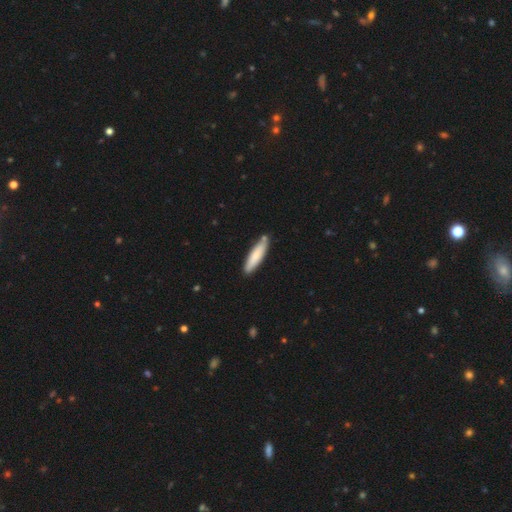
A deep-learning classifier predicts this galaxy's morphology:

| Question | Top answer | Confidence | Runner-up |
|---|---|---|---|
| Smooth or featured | smooth | 78% | featured or disk (17%) |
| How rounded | cigar-shaped | 78% | in between (21%) |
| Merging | none | 79% | minor disturbance (13%) |